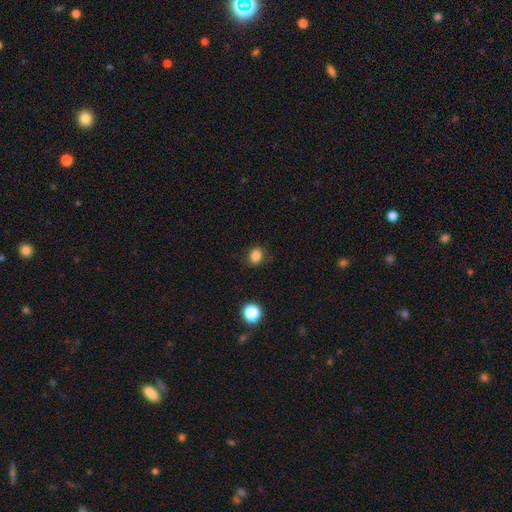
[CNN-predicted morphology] smooth-or-featured: smooth: 83% | star or artifact: 12% | featured or disk: 4%
  how-rounded: round: 61% | in between: 38% | cigar-shaped: 1%
  merging: none: 84% | minor disturbance: 12% | major disturbance: 3% | merger: 1%